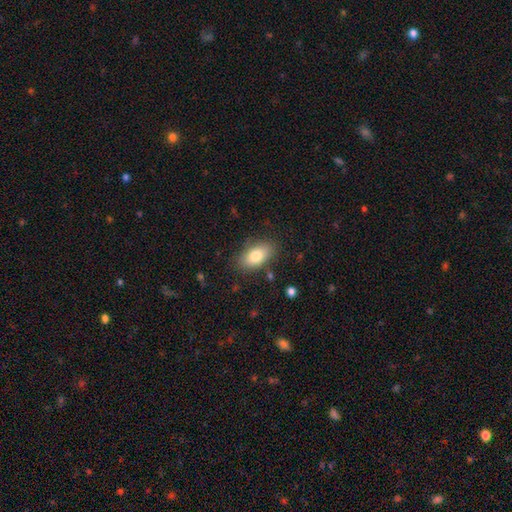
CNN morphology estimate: smooth-or-featured: smooth: 79% | featured or disk: 14% | star or artifact: 7%
  how-rounded: in between: 91% | round: 5% | cigar-shaped: 3%
  merging: none: 81% | minor disturbance: 13% | major disturbance: 4% | merger: 2%